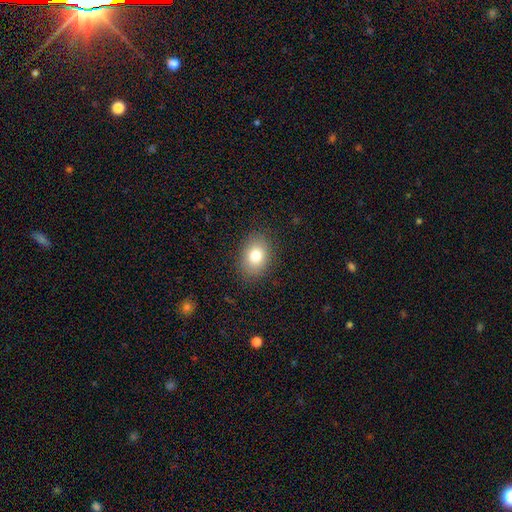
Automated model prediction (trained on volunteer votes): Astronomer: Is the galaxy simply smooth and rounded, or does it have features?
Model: smooth — 79%.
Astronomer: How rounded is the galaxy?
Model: in between — 70%.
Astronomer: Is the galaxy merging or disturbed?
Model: none — 87%.